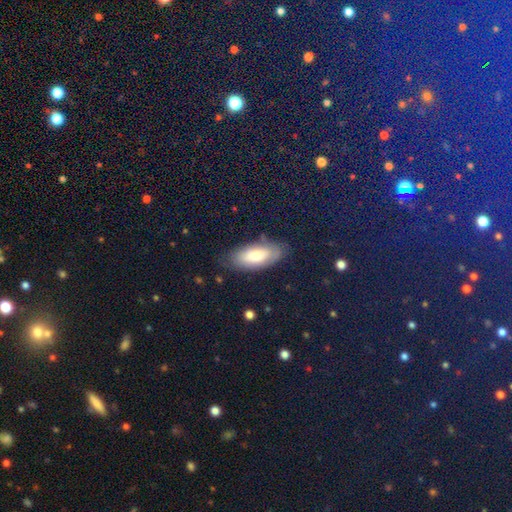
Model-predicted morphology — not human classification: smooth 65%, featured or disk 28%, star or artifact 8%. Down the decision tree: how rounded — in between (87%); merging — none (74%).